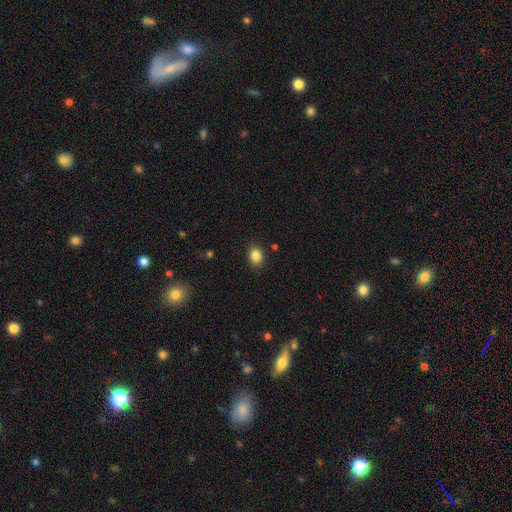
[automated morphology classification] smooth 85%, star or artifact 10%, featured or disk 5%. Down the decision tree: how rounded — in between (61%); merging — none (89%).